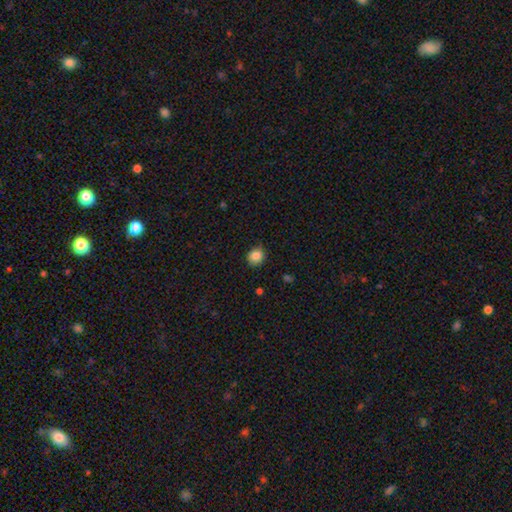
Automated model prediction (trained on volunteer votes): Overall: smooth (85%). How rounded: round (84%). Merging: none (75%).